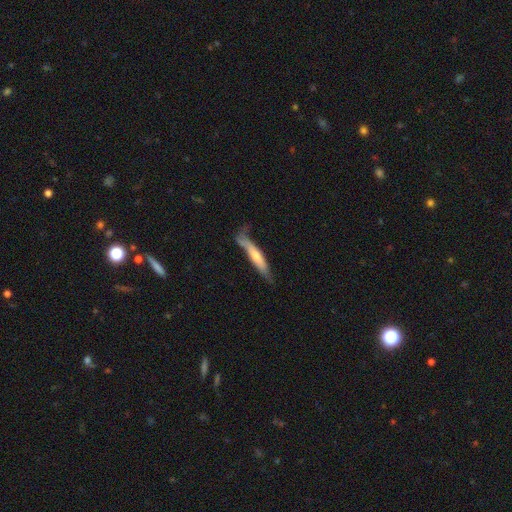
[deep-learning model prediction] Smooth or featured: smooth — 47% (featured or disk — 46%)
Merging: none — 60% (minor disturbance — 27%)